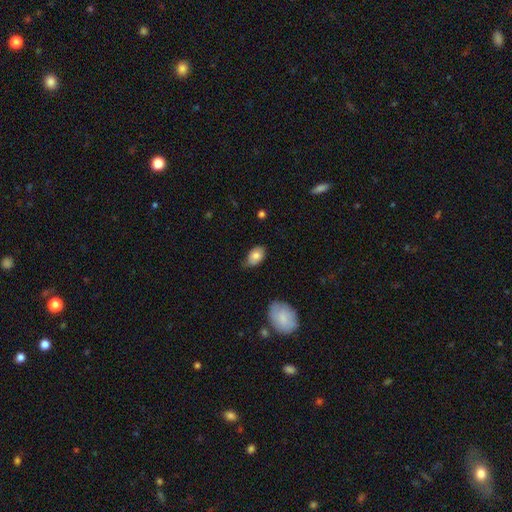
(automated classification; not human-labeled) This appears to be a smooth galaxy with no disk features (77%) that is in between round and cigar-shaped (87%). Merging: none (55%).